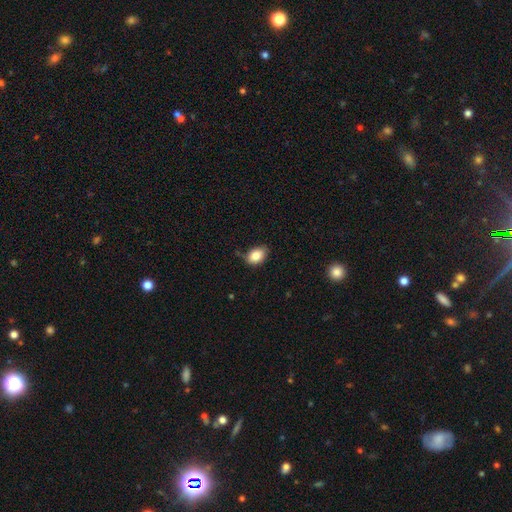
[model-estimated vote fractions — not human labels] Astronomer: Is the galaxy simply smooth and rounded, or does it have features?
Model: smooth — 84%.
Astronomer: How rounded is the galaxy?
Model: in between — 82%.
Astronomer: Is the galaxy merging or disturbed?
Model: none — 67%.